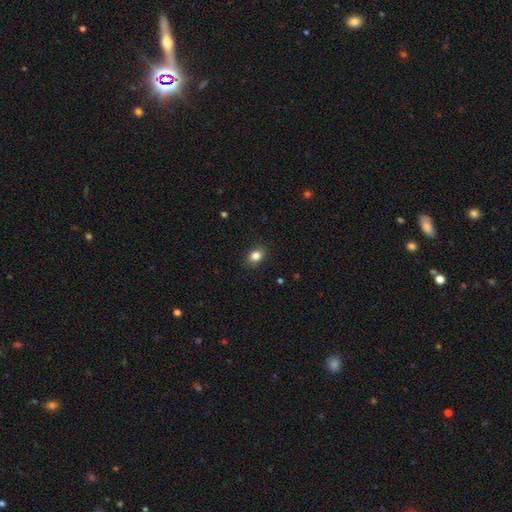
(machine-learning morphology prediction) The model was most divided on "how rounded": in between: 73%, round: 25%, cigar-shaped: 1%. More confident: merging — none (88%); smooth or featured — smooth (85%).